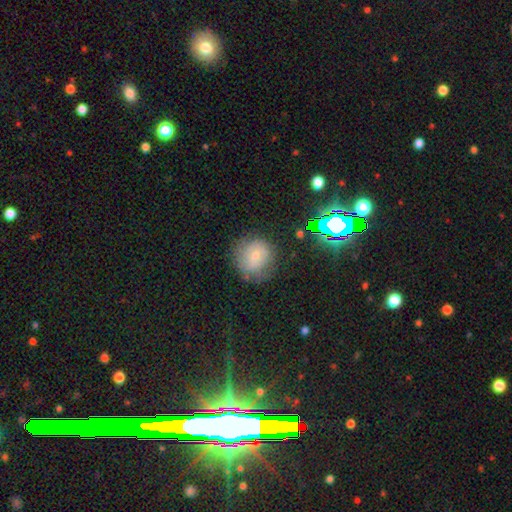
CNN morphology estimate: Smooth or featured? smooth (51%)
How rounded? round (84%)
Merging? none (67%)